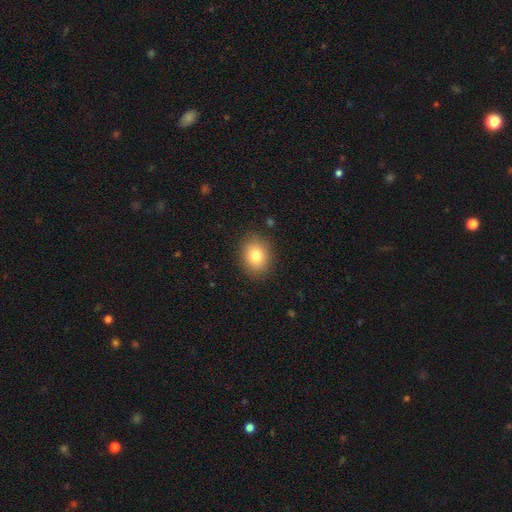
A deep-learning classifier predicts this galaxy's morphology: Q: Smooth or featured?
A: smooth (79%); runner-up: featured or disk (11%)
Q: How rounded?
A: round (53%); runner-up: in between (46%)
Q: Merging?
A: none (87%); runner-up: minor disturbance (9%)